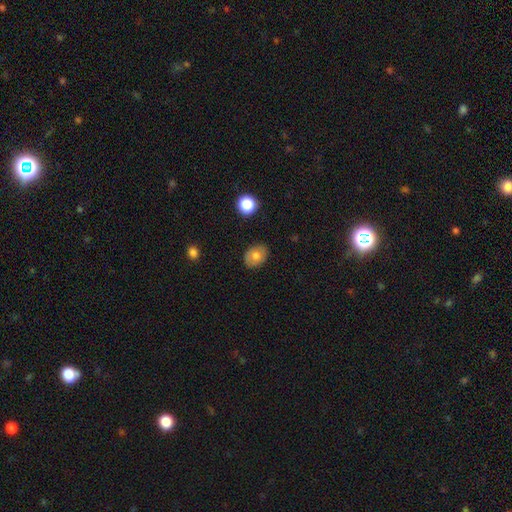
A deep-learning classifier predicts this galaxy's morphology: This appears to be a smooth galaxy with no disk features (72%) that is in between round and cigar-shaped (65%). Merging: none (84%).